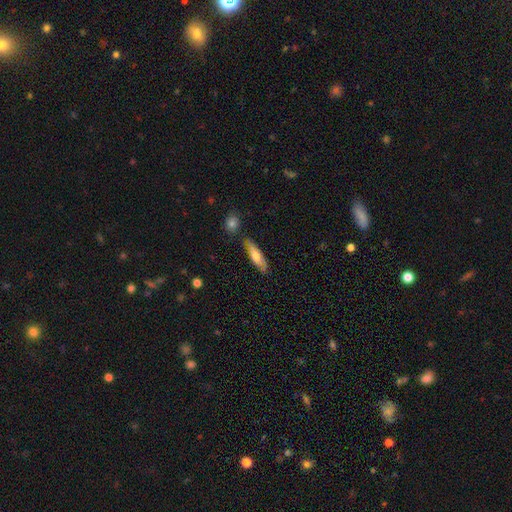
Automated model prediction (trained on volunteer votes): This is likely a smooth galaxy (65%). How rounded: likely cigar-shaped (67%). Merging: likely none (78%).